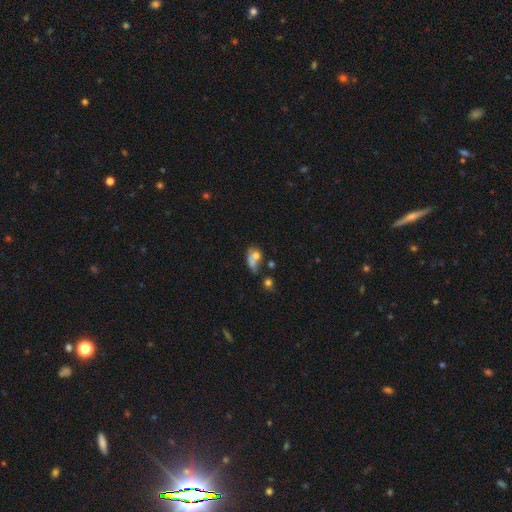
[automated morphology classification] Smooth or featured?
  - smooth: 60% *
  - featured or disk: 25%
  - star or artifact: 15%
How rounded?
  - in between: 67% *
  - round: 30%
  - cigar-shaped: 4%
Merging?
  - merger: 40% *
  - none: 24%
  - major disturbance: 20%
  - minor disturbance: 16%